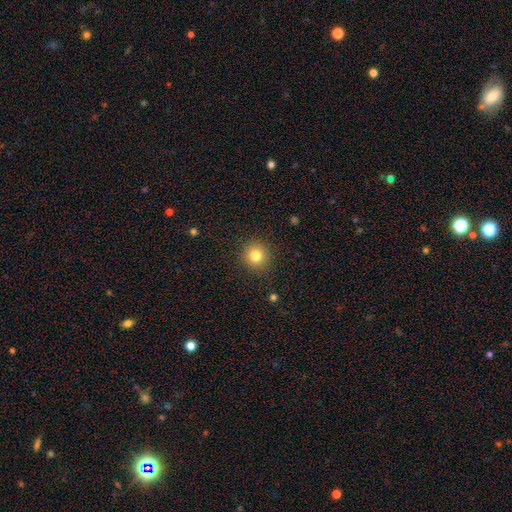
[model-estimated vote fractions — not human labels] This is clearly a smooth galaxy (81%). How rounded: clearly round (94%). Merging: clearly none (91%).